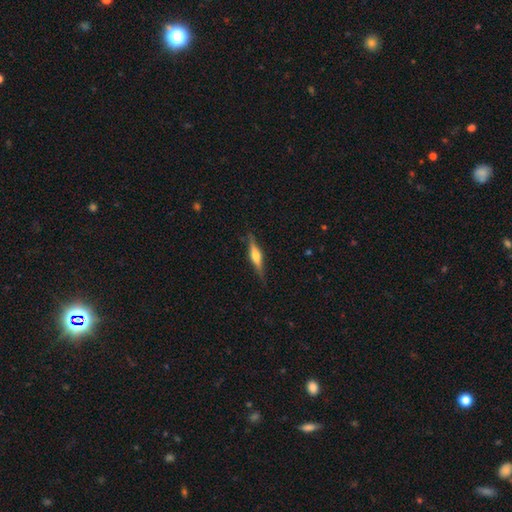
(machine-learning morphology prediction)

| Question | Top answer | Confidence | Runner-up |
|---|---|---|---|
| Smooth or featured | featured or disk | 66% | smooth (28%) |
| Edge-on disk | yes | 97% | no (3%) |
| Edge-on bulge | rounded | 86% | boxy (10%) |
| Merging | none | 85% | minor disturbance (12%) |